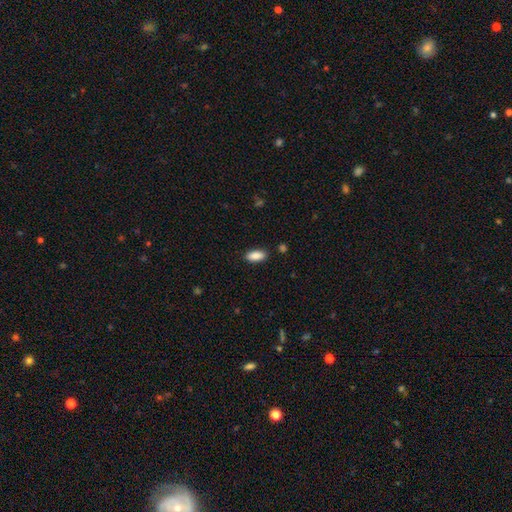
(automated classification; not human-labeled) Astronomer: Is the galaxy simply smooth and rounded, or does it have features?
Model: smooth — 88%.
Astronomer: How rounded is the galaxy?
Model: in between — 85%.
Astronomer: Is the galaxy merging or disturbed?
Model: none — 87%.